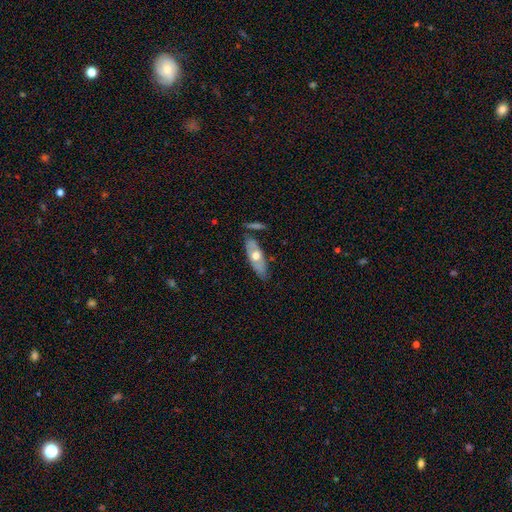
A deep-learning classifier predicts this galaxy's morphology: A featured or disk galaxy (49%). Merging: none (75%).